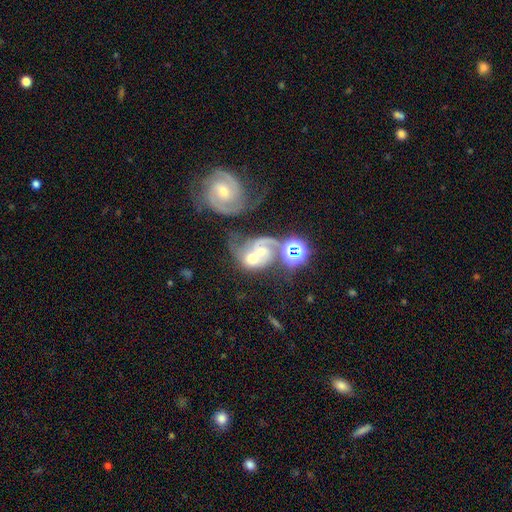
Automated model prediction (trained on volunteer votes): This appears to be a featured or disk galaxy (65%) with no bar (62%), 2 (63%) medium (46%) spiral arms (86%) and a moderate central bulge (56%). Merging: merger (72%).